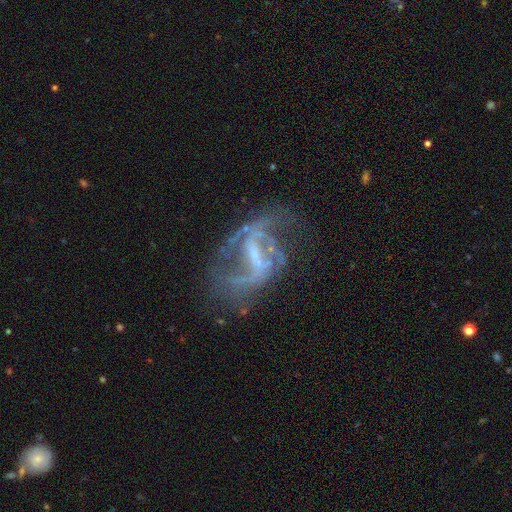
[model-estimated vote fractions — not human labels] This is clearly a featured or disk galaxy (84%). It is clearly not viewed edge-on (97%). Bar: marginally weak (42%). Spiral arm pattern: clearly yes (84%). Spiral arm count: likely 2 (64%). Spiral winding: possibly loose (47%). Central bulge: marginally none (38%). Merging: possibly none (46%).